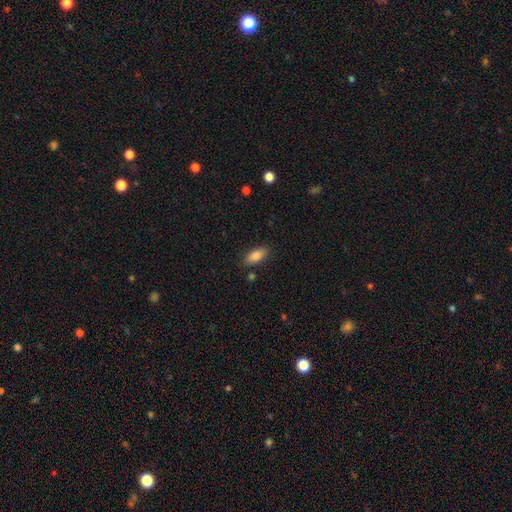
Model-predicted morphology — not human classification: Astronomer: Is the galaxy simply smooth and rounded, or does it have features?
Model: smooth — 85%.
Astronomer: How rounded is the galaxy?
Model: in between — 86%.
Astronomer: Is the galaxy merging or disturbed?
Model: none — 83%.